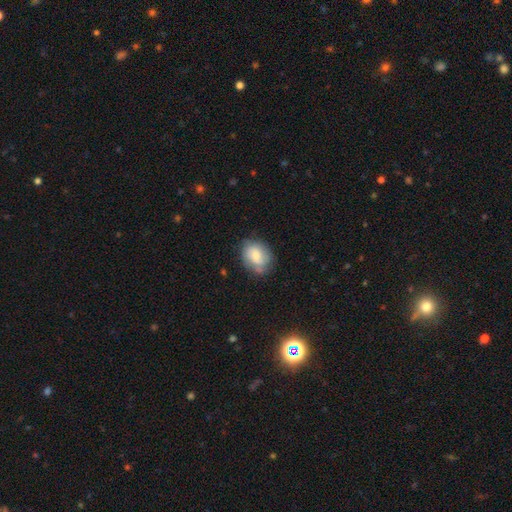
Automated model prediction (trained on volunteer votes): Morphology: type=smooth (64%); roundness=in between (56%); merging=none (64%).